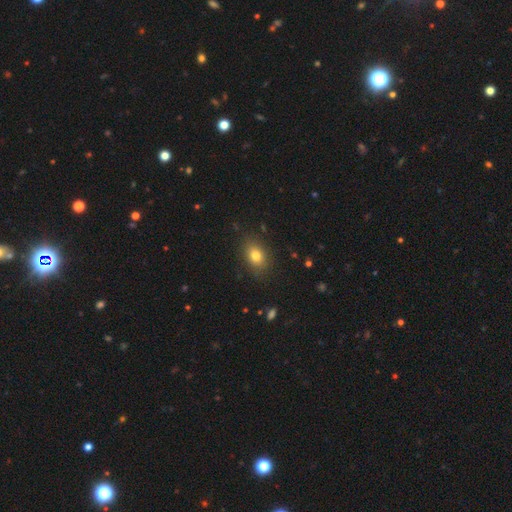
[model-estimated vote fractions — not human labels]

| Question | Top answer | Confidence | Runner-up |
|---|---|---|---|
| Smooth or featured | smooth | 79% | star or artifact (11%) |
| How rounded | in between | 73% | round (26%) |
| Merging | none | 85% | minor disturbance (11%) |